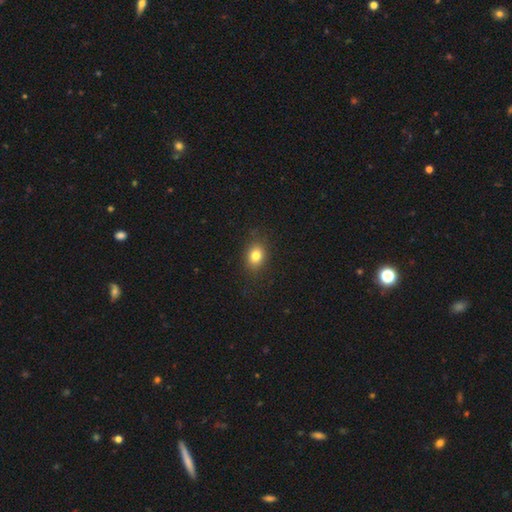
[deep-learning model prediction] Smooth or featured?
  - smooth: 80% *
  - star or artifact: 11%
  - featured or disk: 8%
How rounded?
  - in between: 58% *
  - round: 41%
  - cigar-shaped: 1%
Merging?
  - none: 83% *
  - minor disturbance: 12%
  - major disturbance: 4%
  - merger: 1%